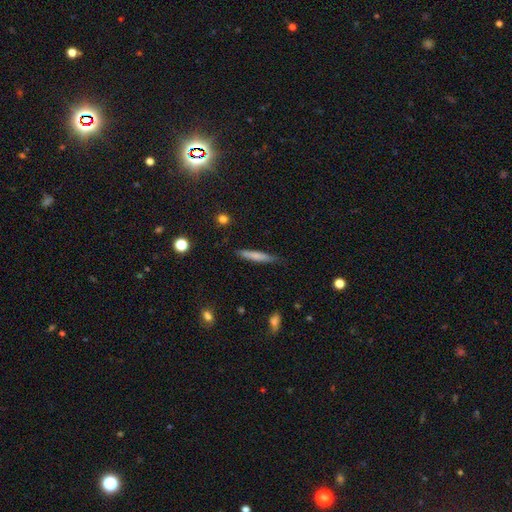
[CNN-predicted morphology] smooth_or_featured: smooth (p=0.71) [alt: featured or disk p=0.23]
how_rounded: cigar-shaped (p=0.92) [alt: in between p=0.06]
merging: none (p=0.81) [alt: minor disturbance p=0.15]